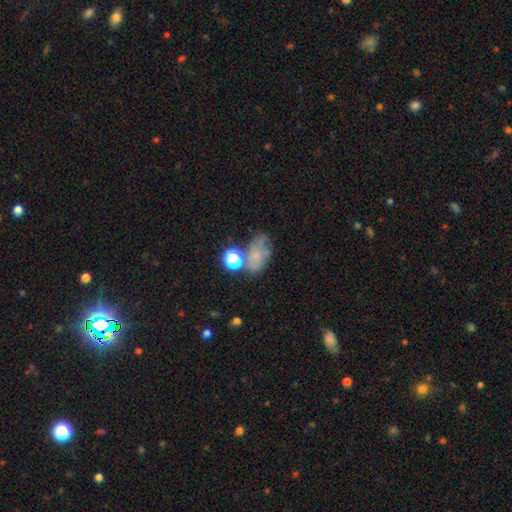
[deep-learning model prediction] smooth_or_featured: smooth (p=0.51) [alt: featured or disk p=0.31]
how_rounded: in between (p=0.74) [alt: round p=0.24]
merging: none (p=0.38) [alt: merger p=0.23]